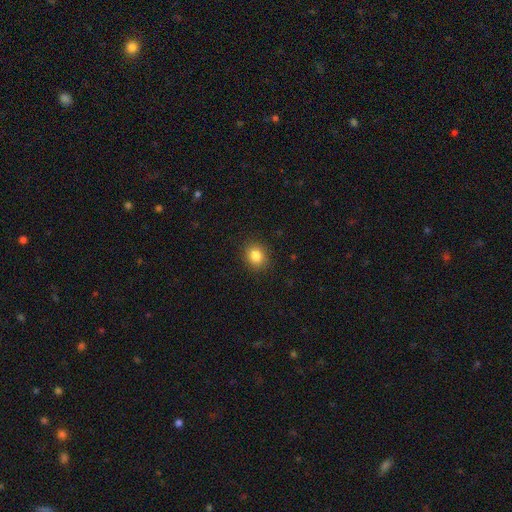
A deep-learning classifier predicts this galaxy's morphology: Smooth or featured? Predicted: smooth (p=0.84). How rounded? Predicted: round (p=0.69). Merging? Predicted: none (p=0.89).